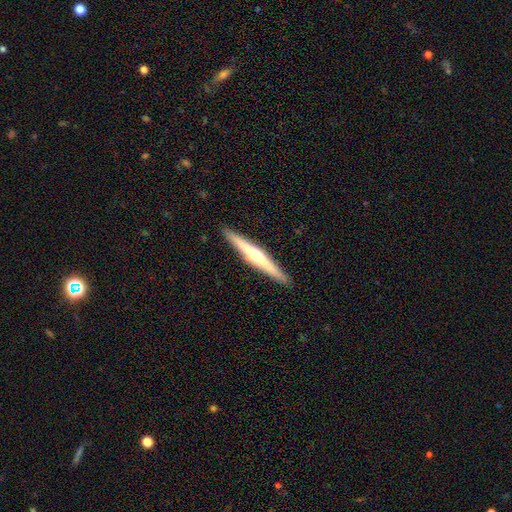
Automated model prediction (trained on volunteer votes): Smooth or featured: featured or disk — 68% (smooth — 27%)
Edge-on disk: yes — 98% (no — 2%)
Edge-on bulge: rounded — 83% (none — 12%)
Merging: none — 92% (minor disturbance — 6%)